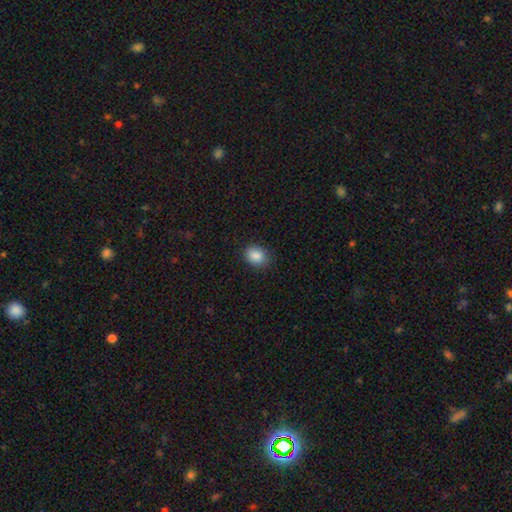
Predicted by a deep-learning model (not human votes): smooth-or-featured: smooth: 87% | star or artifact: 9% | featured or disk: 4%
  how-rounded: in between: 55% | round: 44% | cigar-shaped: 1%
  merging: none: 85% | minor disturbance: 12% | major disturbance: 3% | merger: 1%